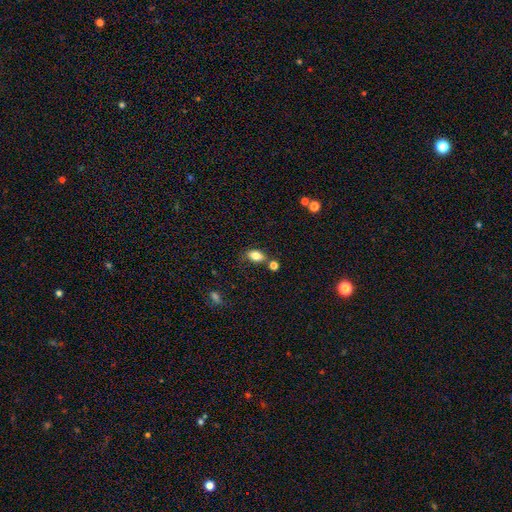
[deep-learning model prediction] A smooth galaxy with no disk features (82%) that is in between round and cigar-shaped (87%). Merging: none (61%).